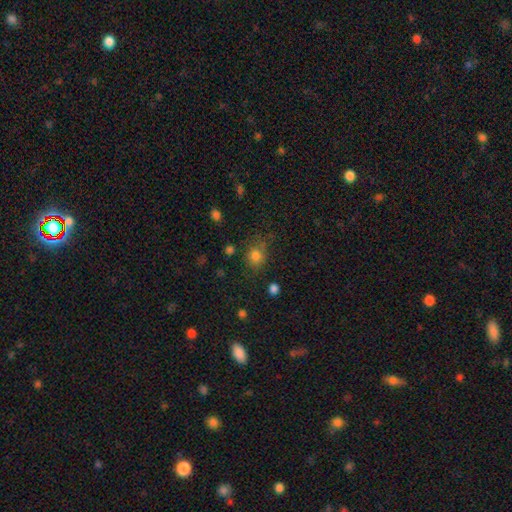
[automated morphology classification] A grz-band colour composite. It shows a smooth galaxy with no disk features (80%) that is round (75%). Merging: none (71%).